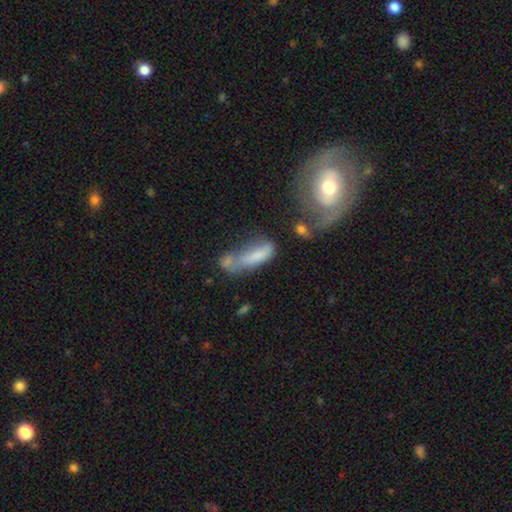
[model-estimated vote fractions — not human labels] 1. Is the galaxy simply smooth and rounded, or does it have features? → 61% smooth, 28% featured or disk, 10% star or artifact.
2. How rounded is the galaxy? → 52% in between, 46% cigar-shaped, 3% round.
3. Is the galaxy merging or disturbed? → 37% merger, 24% major disturbance, 21% none, 18% minor disturbance.